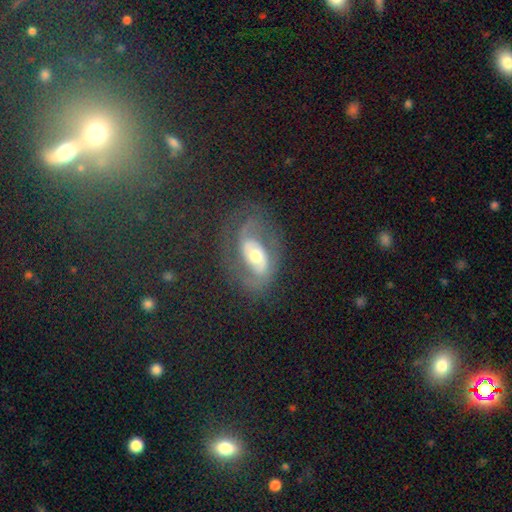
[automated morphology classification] Smooth or featured?
  - featured or disk: 74% *
  - smooth: 14%
  - star or artifact: 11%
Edge-on disk?
  - no: 95% *
  - yes: 5%
Bar?
  - no: 51% *
  - weak: 33%
  - strong: 16%
Spiral arms?
  - yes: 83% *
  - no: 17%
Spiral winding?
  - medium: 45% *
  - tight: 35%
  - loose: 21%
Spiral arm count?
  - 2: 75% *
  - can't tell: 13%
  - 1: 6%
  - 3: 3%
  - 4: 2%
  - more than 4: 2%
Bulge size?
  - moderate: 69% *
  - small: 19%
  - large: 9%
  - dominant: 1%
  - none: 1%
Merging?
  - none: 63% *
  - minor disturbance: 18%
  - major disturbance: 17%
  - merger: 2%